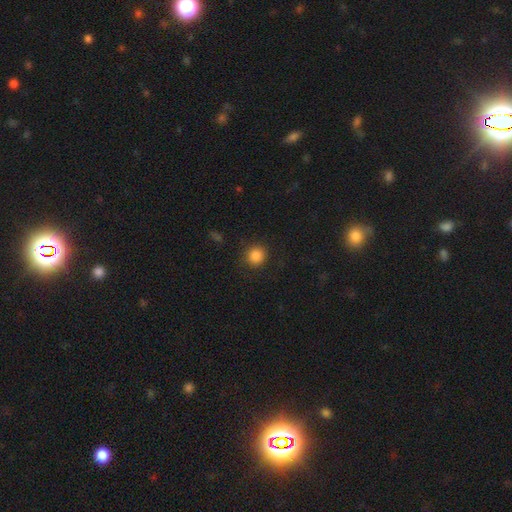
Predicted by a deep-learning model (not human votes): smooth_or_featured: smooth (p=0.85) [alt: star or artifact p=0.11]
how_rounded: round (p=0.89) [alt: in between p=0.10]
merging: none (p=0.88) [alt: minor disturbance p=0.08]